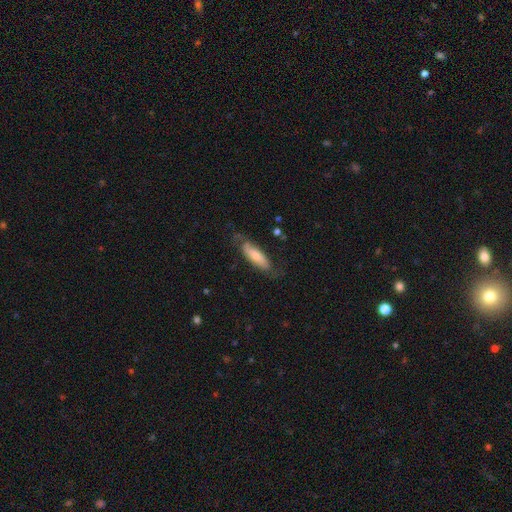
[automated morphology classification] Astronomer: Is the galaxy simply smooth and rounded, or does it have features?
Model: smooth — 60%.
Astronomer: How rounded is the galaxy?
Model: in between — 52% (runner-up: cigar-shaped, 46%).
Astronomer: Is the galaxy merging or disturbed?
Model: none — 62%.